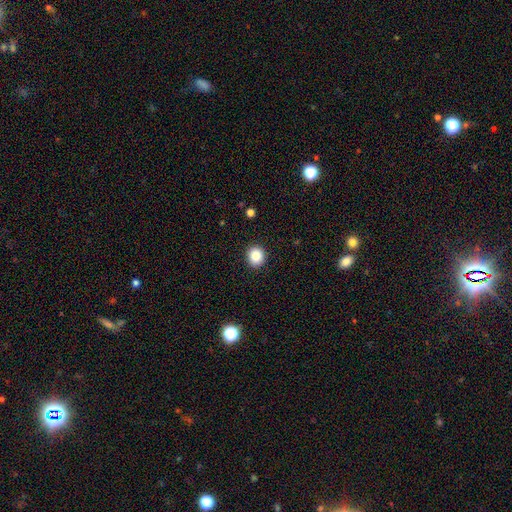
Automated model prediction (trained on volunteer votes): A smooth galaxy with no disk features (85%) that is round (80%).

Vote fractions:
- Smooth or featured? smooth: 85% / star or artifact: 10% / featured or disk: 5%
- How rounded? round: 80% / in between: 19% / cigar-shaped: 1%
- Merging? none: 92% / minor disturbance: 6% / major disturbance: 2% / merger: 1%